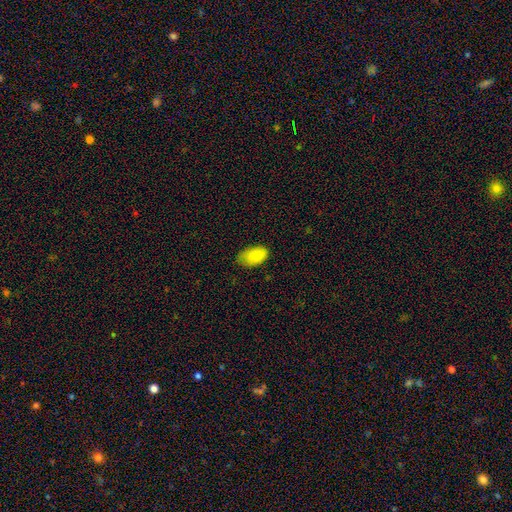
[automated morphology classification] Overall: smooth (87%). How rounded: in between (93%). Merging: none (64%; minor disturbance 30%).